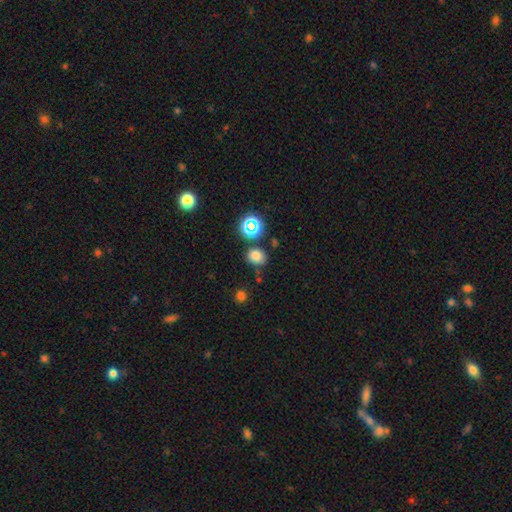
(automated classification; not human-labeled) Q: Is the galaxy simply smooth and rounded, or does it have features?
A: smooth — 73%.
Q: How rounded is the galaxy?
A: round — 62%.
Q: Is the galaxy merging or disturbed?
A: none — 71%.